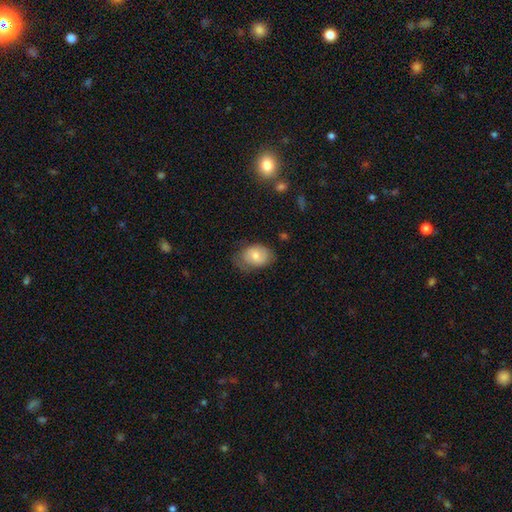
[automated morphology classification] type=smooth (67%); roundness=in between (77%); merging=none (57%).